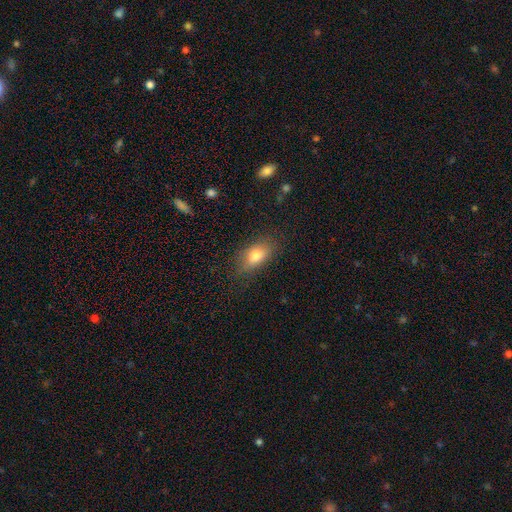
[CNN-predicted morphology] Smooth or featured: smooth — 78% (featured or disk — 14%)
How rounded: in between — 84% (cigar-shaped — 8%)
Merging: none — 78% (minor disturbance — 15%)